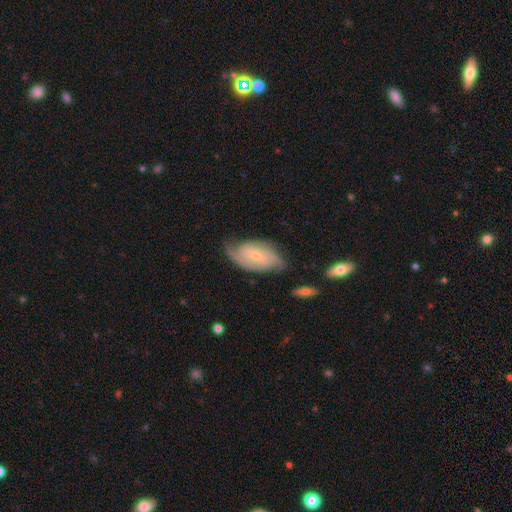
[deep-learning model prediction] Morphology: type=featured or disk (78%); edge-on=no (96%); bar=weak (45%); spiral arms=yes (94%); winding=medium (42%); arm count=2 (64%); bulge=small (76%); merging=none (66%).